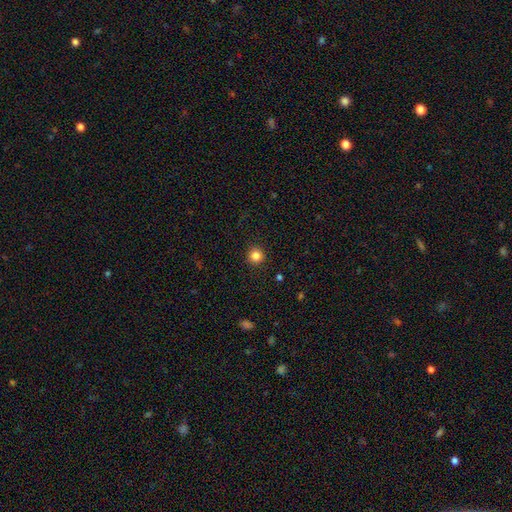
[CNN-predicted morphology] The model was most divided on "smooth or featured": smooth: 84%, star or artifact: 12%, featured or disk: 4%. More confident: how rounded — round (95%); merging — none (93%).